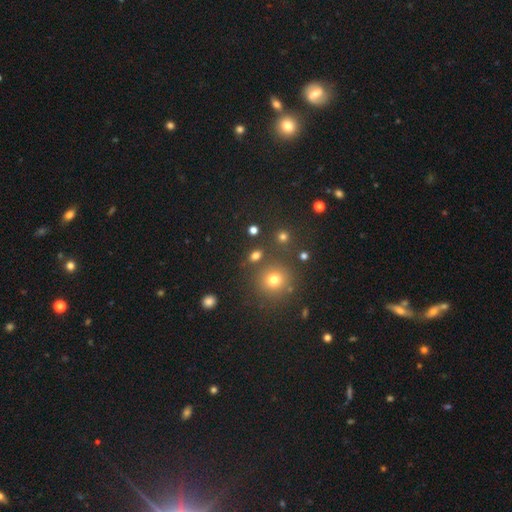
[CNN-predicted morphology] Overall: smooth (72%). How rounded: round (52%; in between 45%). Merging: none (80%).